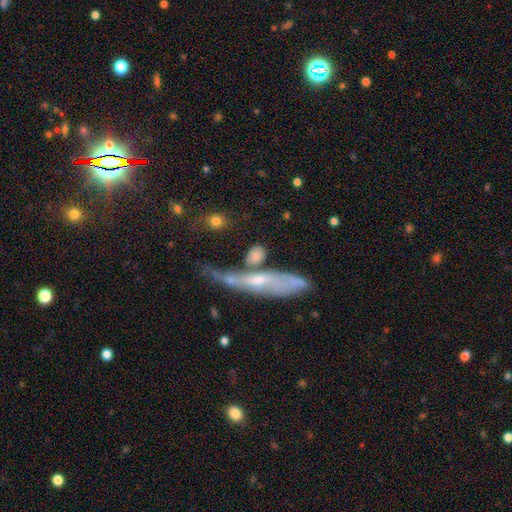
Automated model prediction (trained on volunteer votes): The model was most divided on "how rounded": in between: 48%, round: 29%, cigar-shaped: 23%. More confident: smooth or featured — smooth (70%); merging — none (58%).